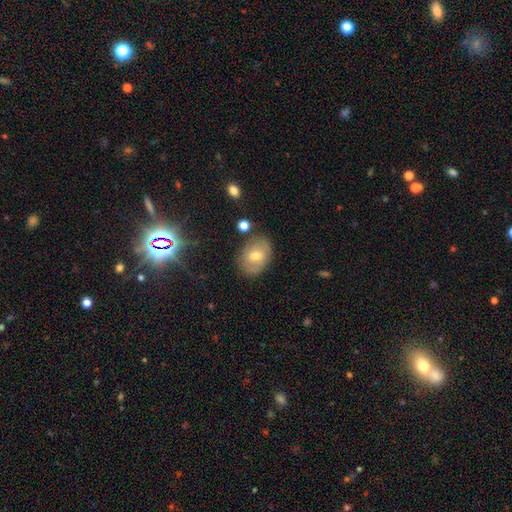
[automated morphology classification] smooth_or_featured: smooth (p=0.57) [alt: featured or disk p=0.34]
how_rounded: in between (p=0.66) [alt: round p=0.33]
merging: none (p=0.74) [alt: minor disturbance p=0.18]